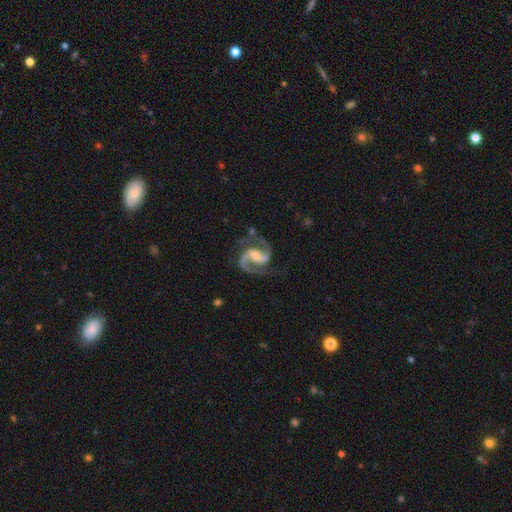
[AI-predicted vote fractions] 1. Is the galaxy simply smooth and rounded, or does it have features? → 94% featured or disk, 4% star or artifact, 3% smooth.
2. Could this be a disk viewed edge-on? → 98% no, 2% yes.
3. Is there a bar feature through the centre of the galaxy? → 44% weak, 28% no, 28% strong.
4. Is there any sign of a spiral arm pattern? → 99% yes, 1% no.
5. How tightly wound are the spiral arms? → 67% medium, 16% tight, 16% loose.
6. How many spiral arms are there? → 94% 2, 1% 1, 1% can't tell, 1% 3, 1% 4, 1% more than 4.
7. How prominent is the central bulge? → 52% moderate, 37% small, 5% large, 5% none, 1% dominant.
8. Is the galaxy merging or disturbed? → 76% none, 15% minor disturbance, 6% major disturbance, 2% merger.